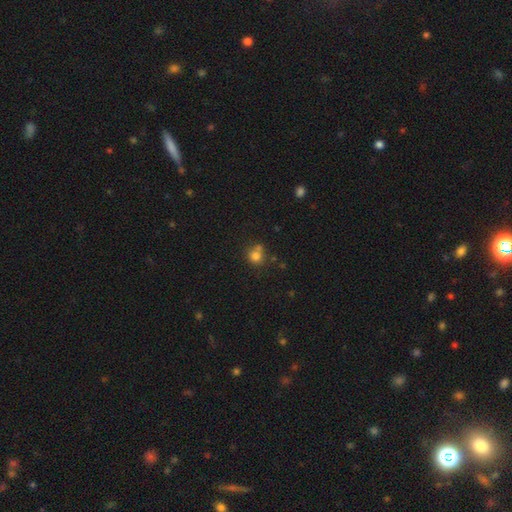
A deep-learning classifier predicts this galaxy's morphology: Smooth or featured? smooth (78%)
How rounded? round (85%)
Merging? none (57%)